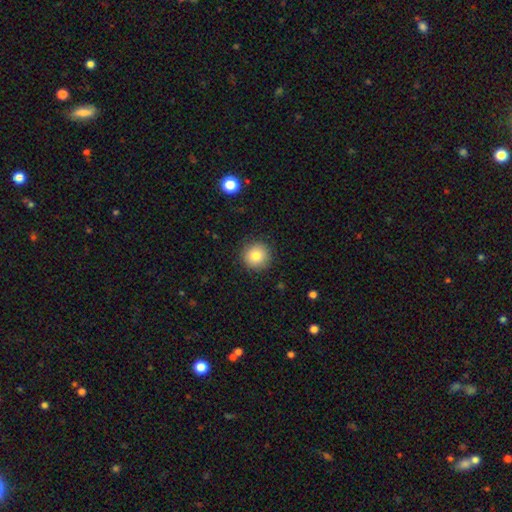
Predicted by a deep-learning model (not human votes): This appears to be a smooth galaxy with no disk features (82%) that is round (95%). Merging: none (90%).